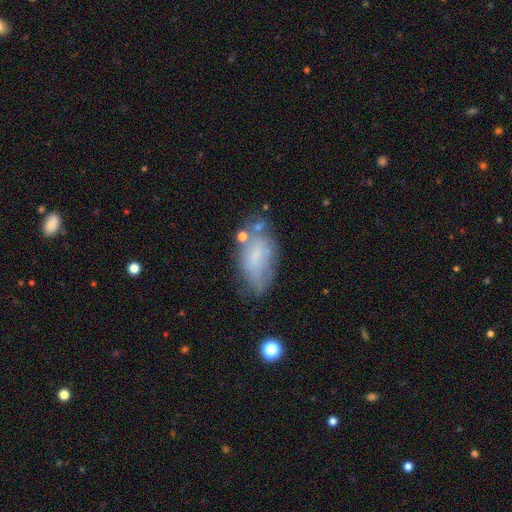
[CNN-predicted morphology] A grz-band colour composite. It shows a smooth galaxy with no disk features (52%) that is in between round and cigar-shaped (90%). Merging: none (46%).